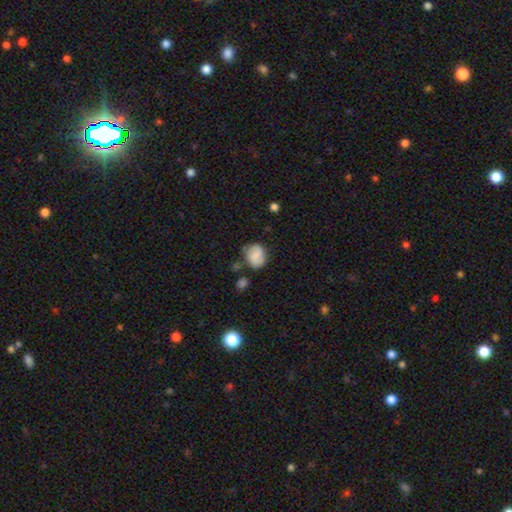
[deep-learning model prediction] smooth 62%, featured or disk 29%, star or artifact 9%. Down the decision tree: how rounded — round (58%); merging — none (62%).